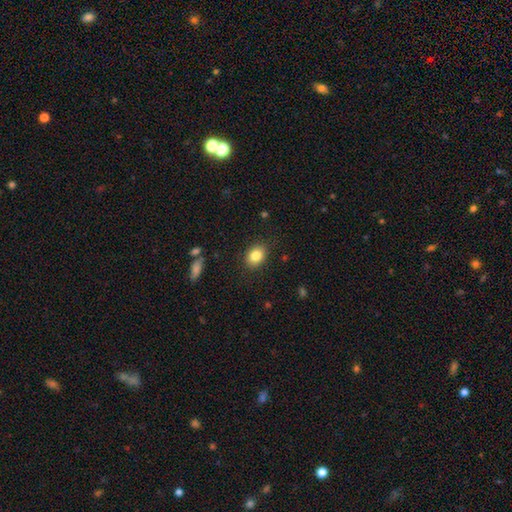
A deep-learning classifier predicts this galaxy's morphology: Overall: smooth (84%). How rounded: in between (64%; round 35%). Merging: none (86%).